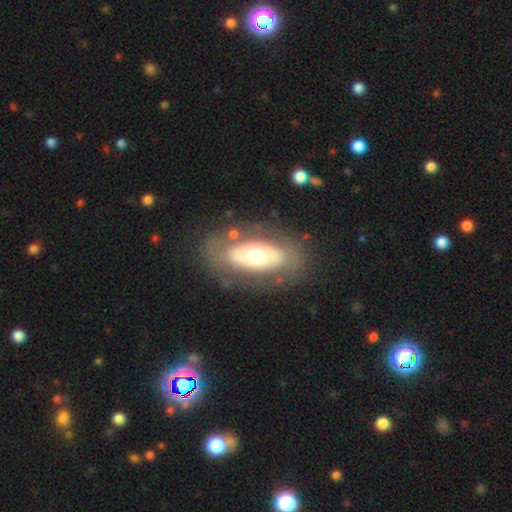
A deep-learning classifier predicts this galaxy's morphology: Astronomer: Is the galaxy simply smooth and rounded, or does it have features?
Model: featured or disk — 51% (runner-up: smooth, 43%).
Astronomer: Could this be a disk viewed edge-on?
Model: no — 86%.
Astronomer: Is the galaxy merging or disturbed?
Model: none — 76%.